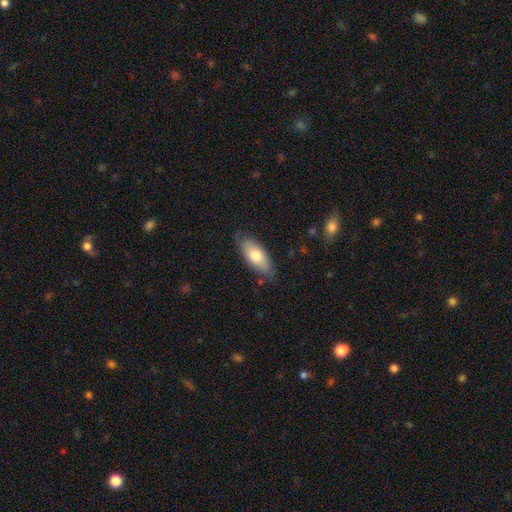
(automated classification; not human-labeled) Smooth or featured?
  - smooth: 72% *
  - featured or disk: 22%
  - star or artifact: 6%
How rounded?
  - in between: 83% *
  - cigar-shaped: 14%
  - round: 3%
Merging?
  - none: 78% *
  - minor disturbance: 17%
  - major disturbance: 3%
  - merger: 1%